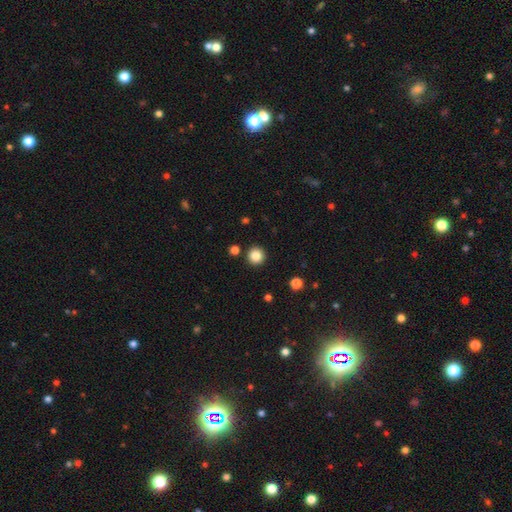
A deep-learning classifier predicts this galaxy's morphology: A smooth galaxy with no disk features (84%) that is round (96%).

Vote fractions:
- Smooth or featured? smooth: 84% / star or artifact: 11% / featured or disk: 5%
- How rounded? round: 96% / in between: 3% / cigar-shaped: 1%
- Merging? none: 91% / minor disturbance: 5% / merger: 2% / major disturbance: 2%